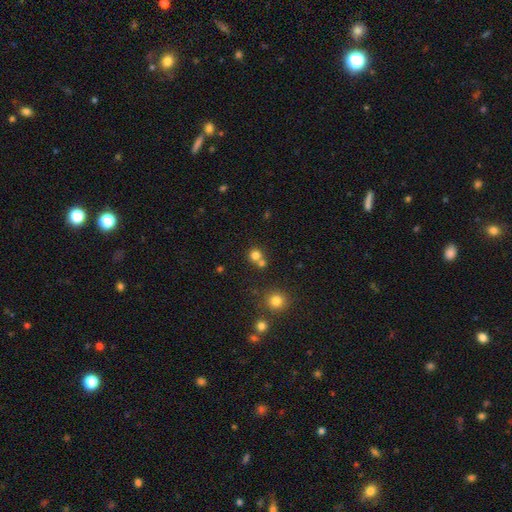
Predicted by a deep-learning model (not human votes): Morphology: type=smooth (76%); roundness=round (89%); merging=none (57%).